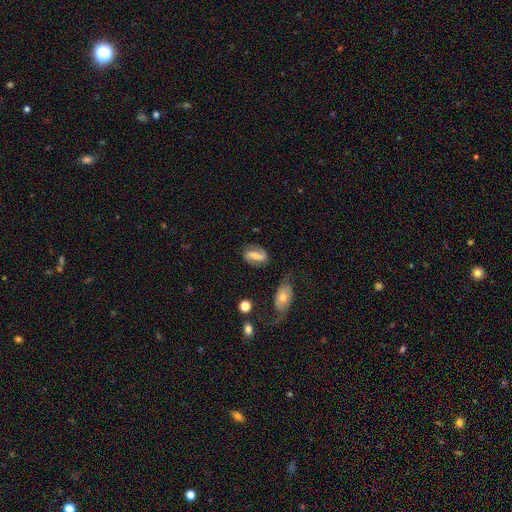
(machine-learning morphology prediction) Smooth or featured: featured or disk — 74% (smooth — 19%)
Edge-on disk: no — 96% (yes — 4%)
Bar: strong — 44% (weak — 36%)
Spiral arms: yes — 92% (no — 8%)
Spiral winding: loose — 42% (medium — 40%)
Spiral arm count: 2 — 90% (can't tell — 4%)
Bulge size: moderate — 39% (small — 37%)
Merging: none — 75% (minor disturbance — 16%)